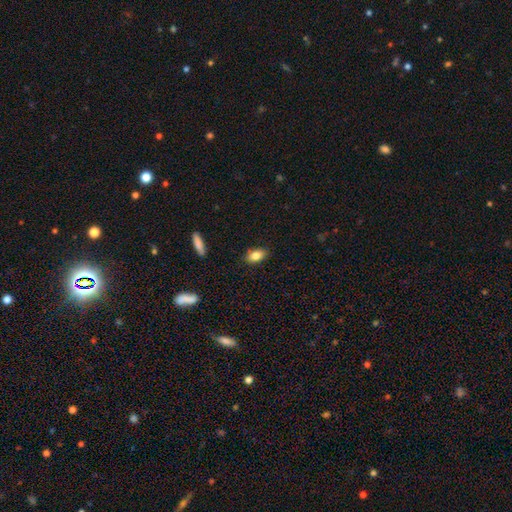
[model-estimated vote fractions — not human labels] smooth 82%, featured or disk 10%, star or artifact 8%. Down the decision tree: how rounded — in between (88%); merging — none (86%).